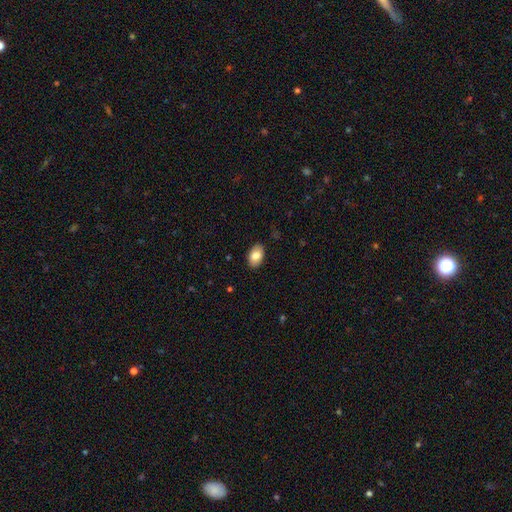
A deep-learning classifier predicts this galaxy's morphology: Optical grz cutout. It shows a smooth galaxy with no disk features (84%) that is in between round and cigar-shaped (91%). Merging: none (88%).